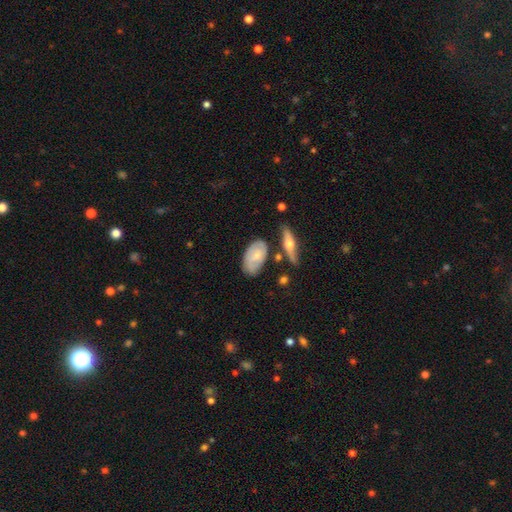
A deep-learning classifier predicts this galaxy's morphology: Overall: featured or disk (52%; smooth 42%). Edge-on disk: no (86%). Merging: none (63%).